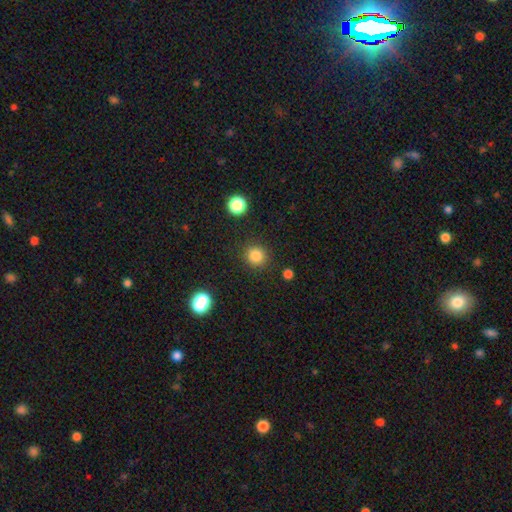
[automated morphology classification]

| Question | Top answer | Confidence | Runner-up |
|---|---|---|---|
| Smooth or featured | smooth | 84% | star or artifact (12%) |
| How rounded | round | 92% | in between (7%) |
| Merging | none | 89% | minor disturbance (6%) |